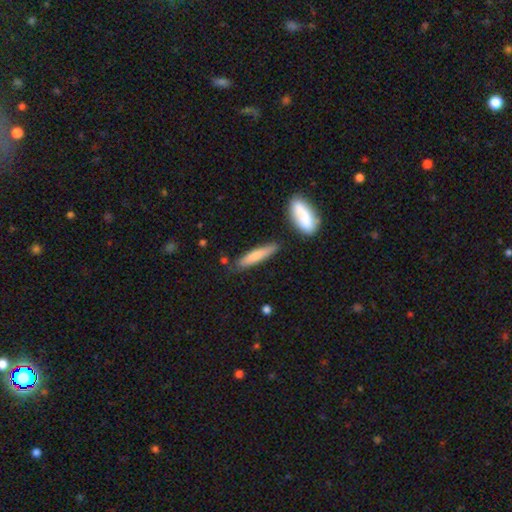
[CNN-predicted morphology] This appears to be a smooth galaxy with no disk features (73%) that is cigar-shaped (83%). Merging: none (77%).